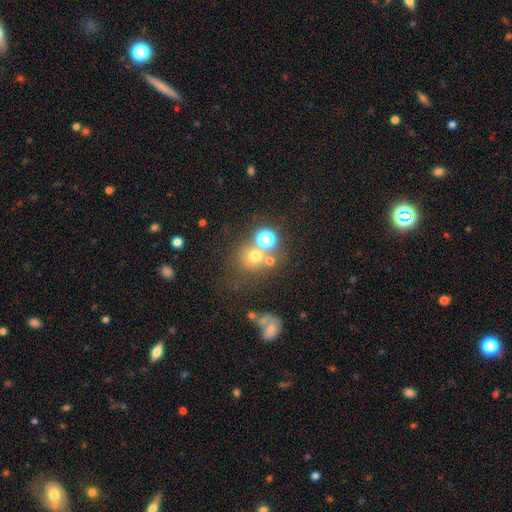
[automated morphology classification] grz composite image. It shows a smooth galaxy with no disk features (61%) that is round (83%). Merging: none (52%).